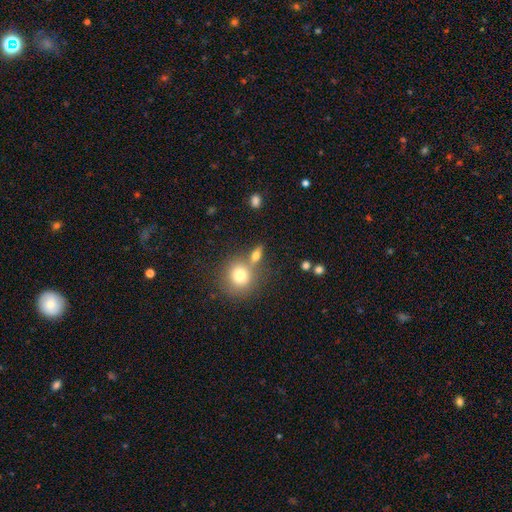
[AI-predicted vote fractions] A smooth galaxy with no disk features (71%) that is in between round and cigar-shaped (50%).

Vote fractions:
- Smooth or featured? smooth: 71% / featured or disk: 18% / star or artifact: 11%
- How rounded? in between: 50% / round: 36% / cigar-shaped: 15%
- Merging? none: 59% / merger: 25% / minor disturbance: 11% / major disturbance: 5%